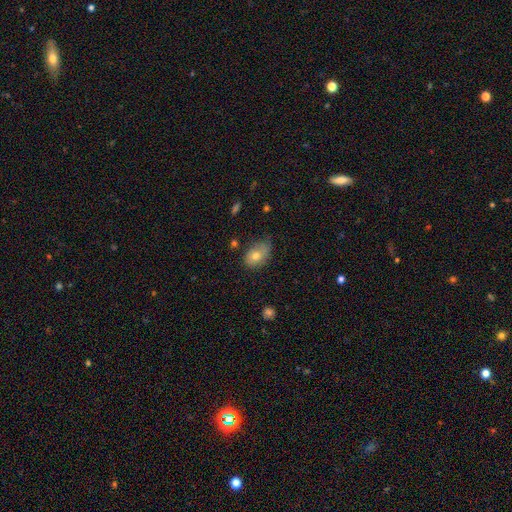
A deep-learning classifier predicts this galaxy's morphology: smooth 69%, featured or disk 22%, star or artifact 9%. Down the decision tree: how rounded — in between (79%); merging — none (56%).